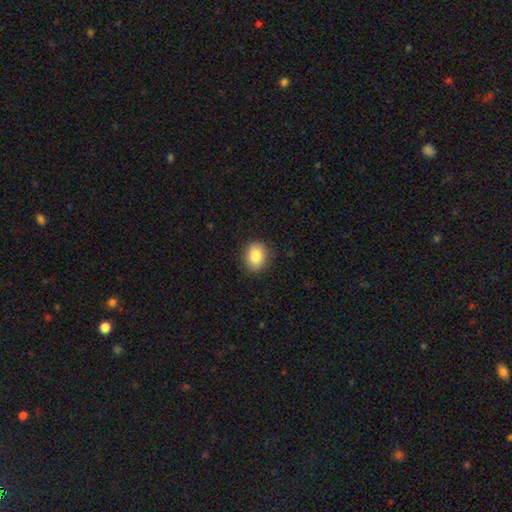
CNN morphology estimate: This is clearly a smooth galaxy (86%). How rounded: possibly round (58%). Merging: clearly none (88%).